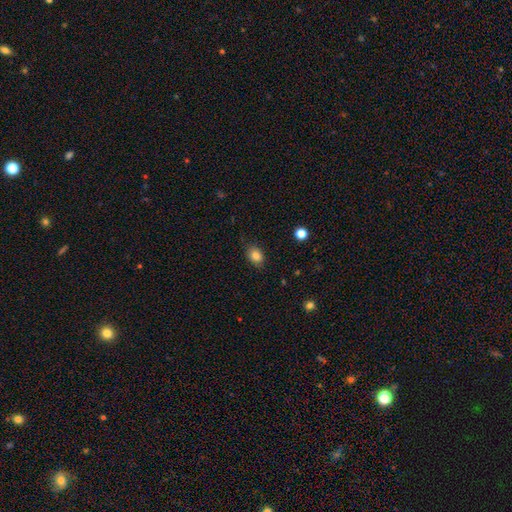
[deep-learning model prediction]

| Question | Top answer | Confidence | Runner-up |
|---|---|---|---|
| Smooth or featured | smooth | 84% | star or artifact (10%) |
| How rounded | in between | 66% | round (33%) |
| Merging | none | 81% | minor disturbance (15%) |